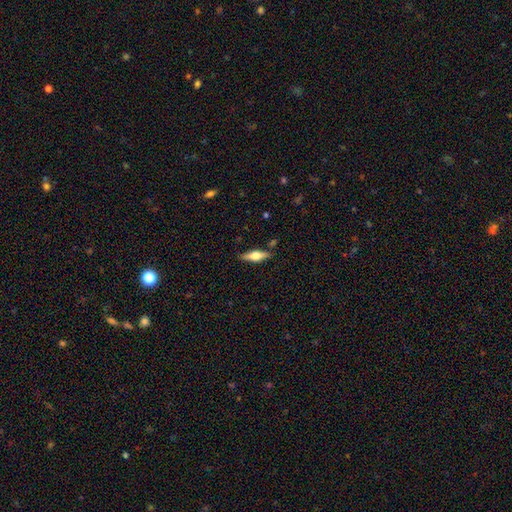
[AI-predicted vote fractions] smooth-or-featured: featured or disk: 53% | smooth: 41% | star or artifact: 6%
  disk-edge-on: yes: 94% | no: 6%
  merging: none: 85% | minor disturbance: 10% | major disturbance: 2% | merger: 2%